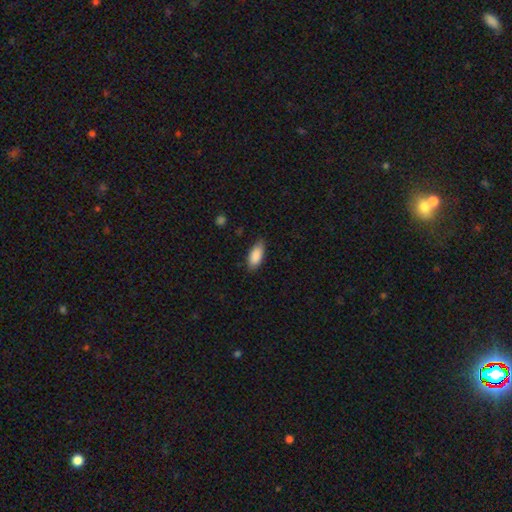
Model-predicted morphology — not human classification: This is clearly a smooth galaxy (89%). How rounded: clearly in between (85%). Merging: clearly none (81%).